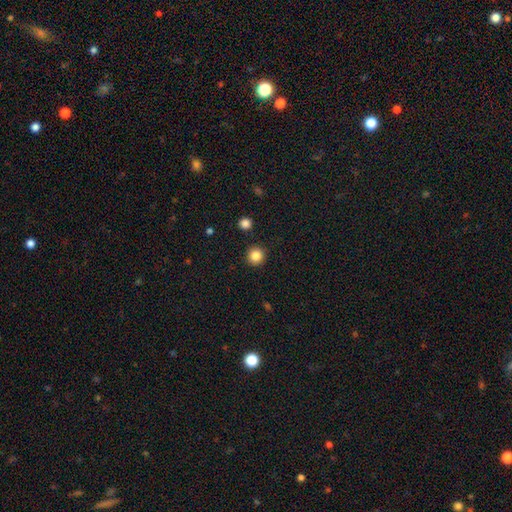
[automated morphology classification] Smooth or featured? Predicted: smooth (p=0.85). How rounded? Predicted: round (p=0.94). Merging? Predicted: none (p=0.92).